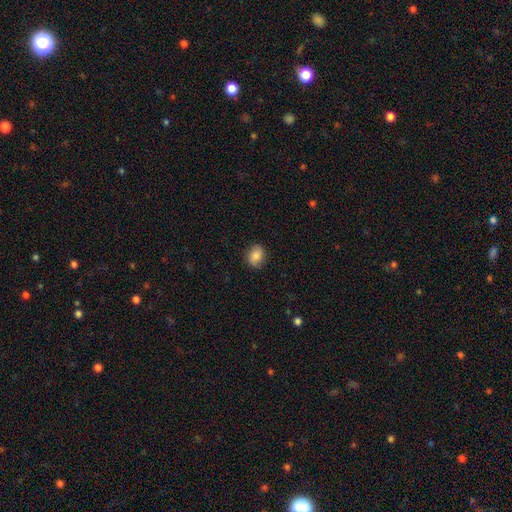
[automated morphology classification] This is clearly a smooth galaxy (82%). How rounded: possibly in between (51%). Merging: clearly none (86%).